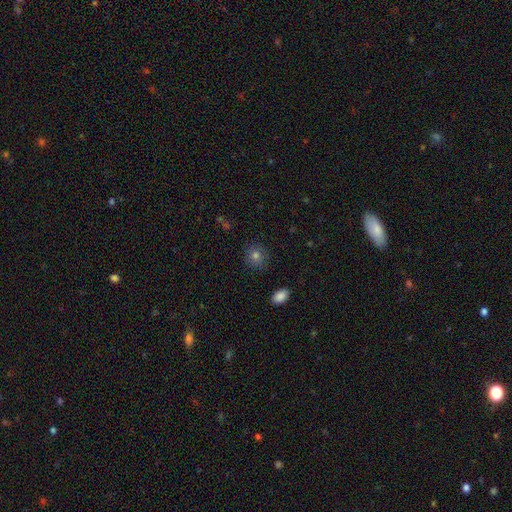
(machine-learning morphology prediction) Q: Smooth or featured?
A: smooth (79%); runner-up: star or artifact (12%)
Q: How rounded?
A: round (83%); runner-up: in between (16%)
Q: Merging?
A: none (88%); runner-up: minor disturbance (8%)